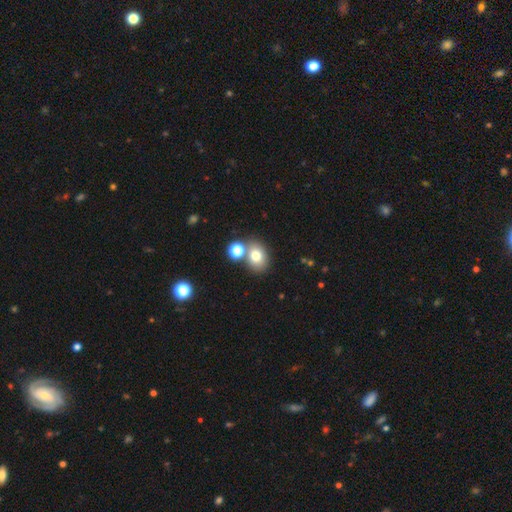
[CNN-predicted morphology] type=smooth (75%); roundness=in between (55%); merging=none (65%).